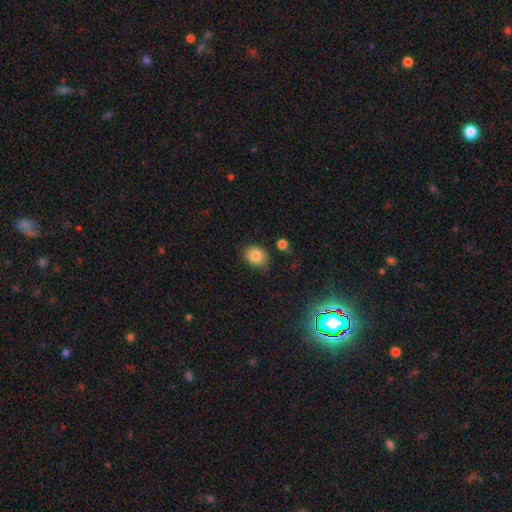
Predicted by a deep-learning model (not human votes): smooth 83%, star or artifact 10%, featured or disk 7%. Down the decision tree: how rounded — round (56%); merging — none (75%).